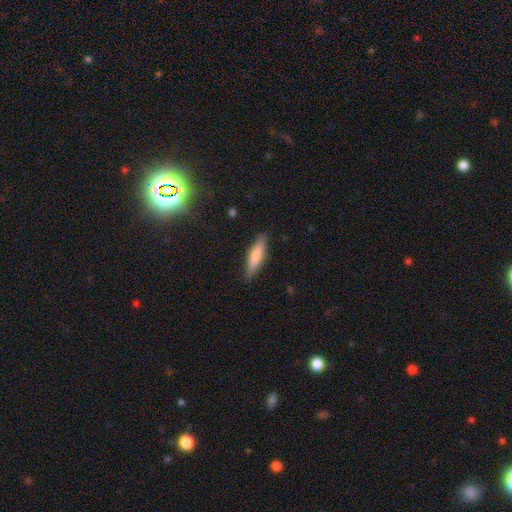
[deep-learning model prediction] Morphology: type=smooth (72%); roundness=cigar-shaped (78%); merging=none (86%).